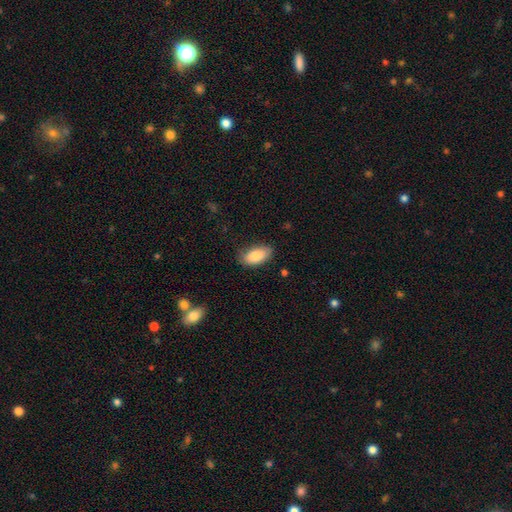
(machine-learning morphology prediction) type=smooth (87%); roundness=in between (93%); merging=none (79%).